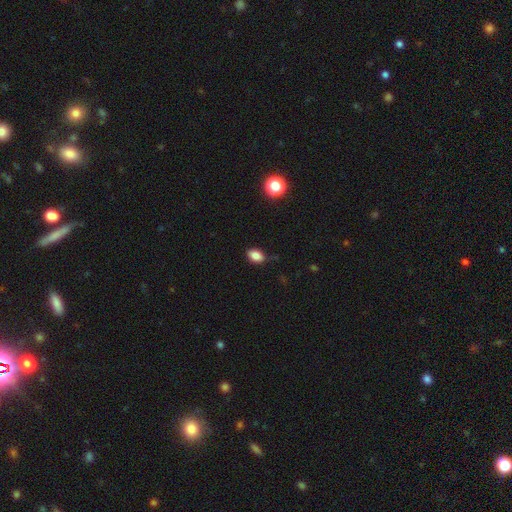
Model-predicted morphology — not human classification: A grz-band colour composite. It shows a smooth galaxy with no disk features (84%) that is in between round and cigar-shaped (85%). Merging: none (77%).